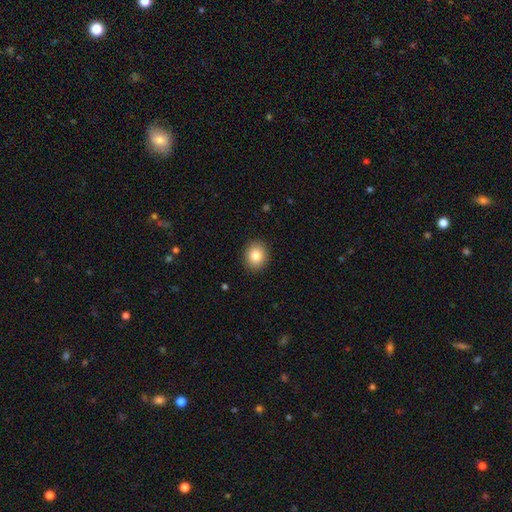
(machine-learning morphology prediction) A smooth galaxy with no disk features (83%) that is round (66%). Merging: none (91%).